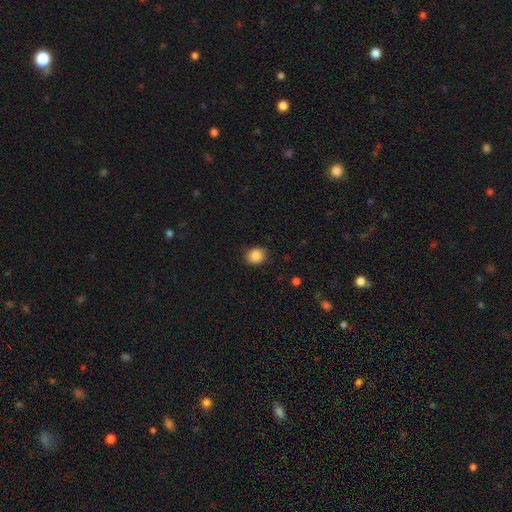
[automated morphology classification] type=smooth (87%); roundness=round (61%); merging=none (83%).